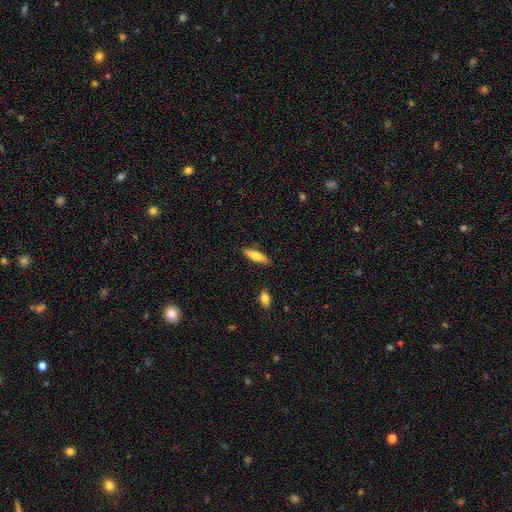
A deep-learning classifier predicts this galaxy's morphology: Smooth or featured? Predicted: smooth (p=0.71). How rounded? Predicted: cigar-shaped (p=0.63). Merging? Predicted: none (p=0.85).